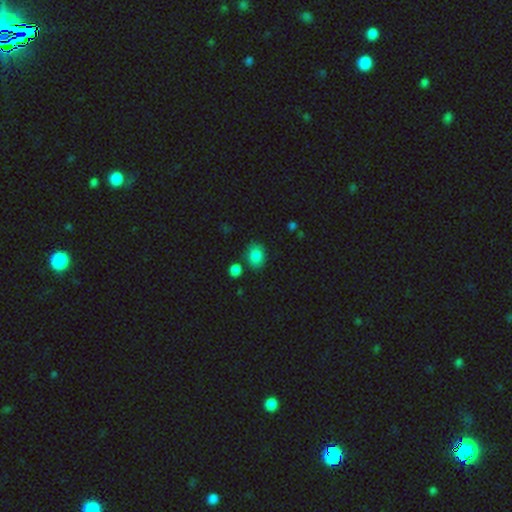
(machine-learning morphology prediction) smooth 84%, star or artifact 9%, featured or disk 7%. Down the decision tree: how rounded — in between (59%); merging — none (74%).